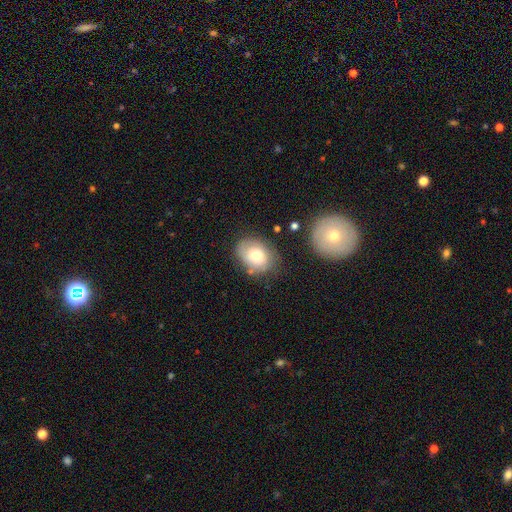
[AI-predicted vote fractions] This appears to be a smooth galaxy with no disk features (74%) that is in between round and cigar-shaped (66%). Merging: none (68%).